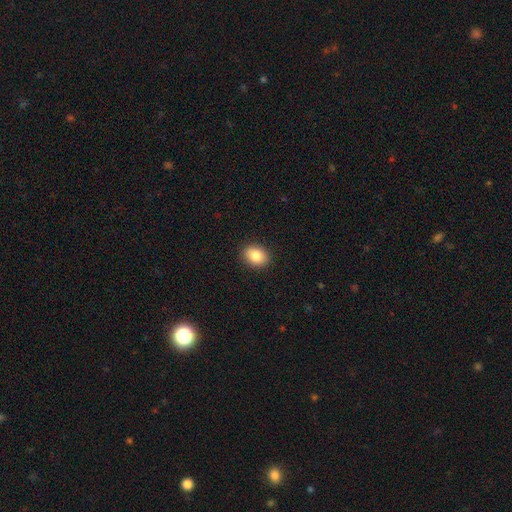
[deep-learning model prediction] This is clearly a smooth galaxy (84%). How rounded: likely in between (62%). Merging: clearly none (90%).